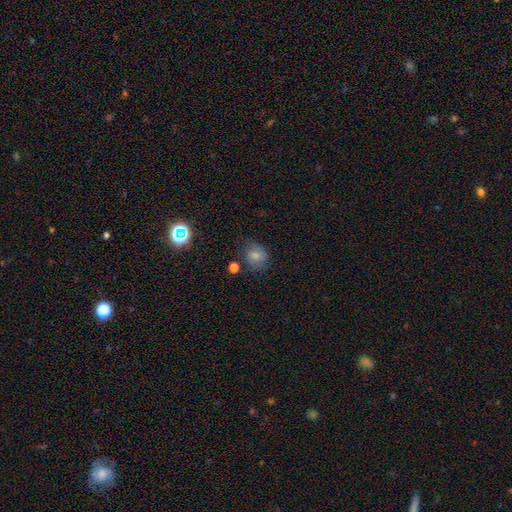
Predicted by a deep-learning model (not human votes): A smooth galaxy with no disk features (78%) that is round (72%). Merging: none (67%).